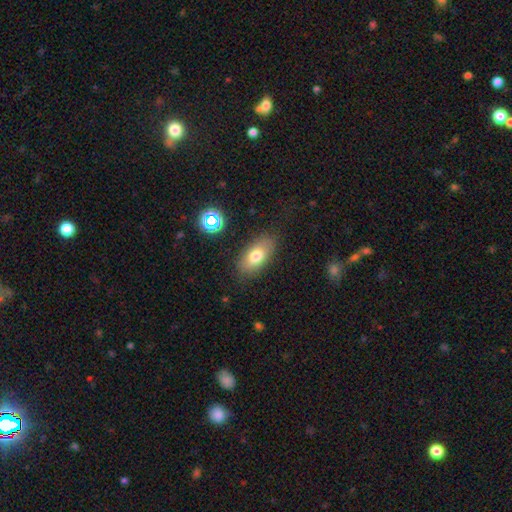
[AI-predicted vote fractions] Smooth or featured: smooth — 75% (featured or disk — 16%)
How rounded: in between — 88% (round — 6%)
Merging: none — 82% (minor disturbance — 12%)